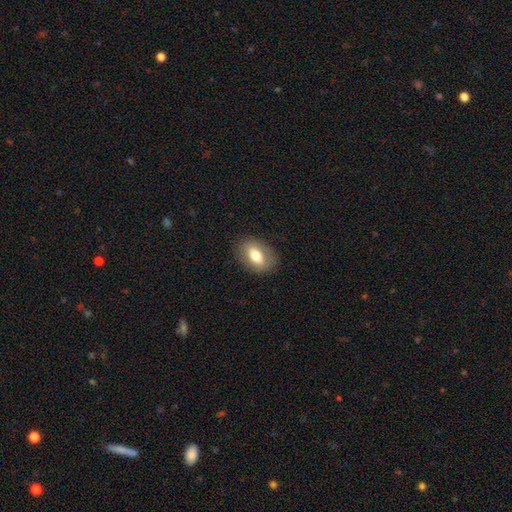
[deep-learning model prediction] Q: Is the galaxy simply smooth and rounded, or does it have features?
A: smooth — 68%.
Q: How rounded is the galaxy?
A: in between — 86%.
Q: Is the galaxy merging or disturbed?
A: none — 84%.